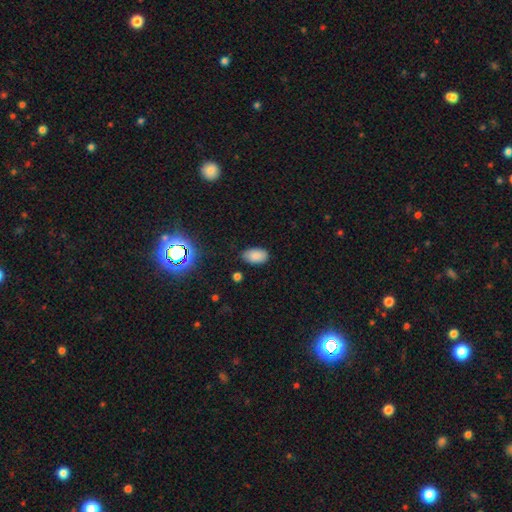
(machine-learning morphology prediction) This appears to be a smooth galaxy with no disk features (83%) that is in between round and cigar-shaped (92%). Merging: none (82%).